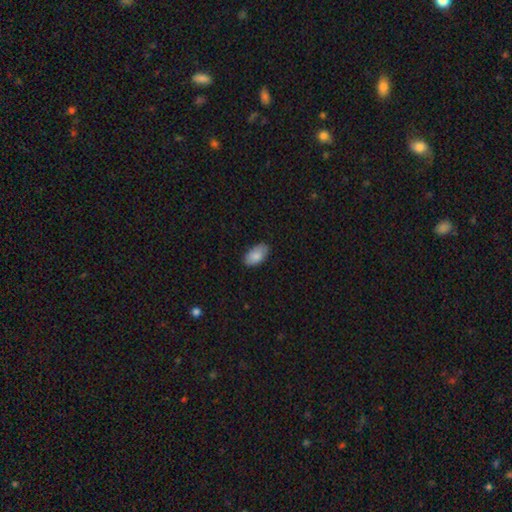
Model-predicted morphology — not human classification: The model was most divided on "merging": none: 83%, minor disturbance: 14%, major disturbance: 2%, merger: 1%. More confident: how rounded — in between (94%); smooth or featured — smooth (87%).